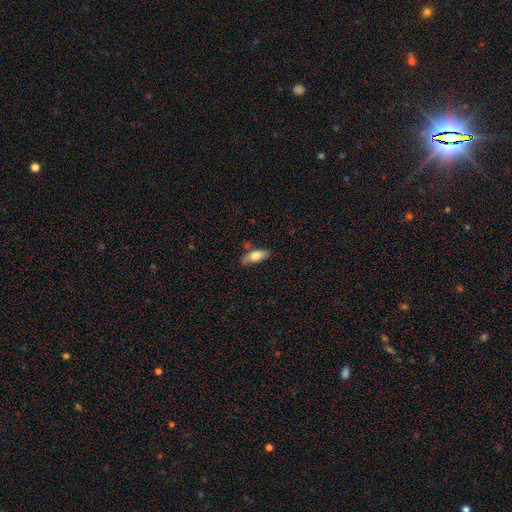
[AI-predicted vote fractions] Smooth or featured?
  - smooth: 74% *
  - featured or disk: 20%
  - star or artifact: 7%
How rounded?
  - in between: 77% *
  - cigar-shaped: 21%
  - round: 3%
Merging?
  - none: 63% *
  - minor disturbance: 24%
  - merger: 7%
  - major disturbance: 6%